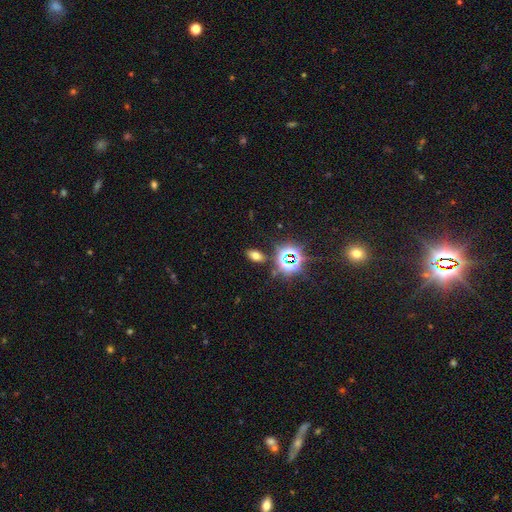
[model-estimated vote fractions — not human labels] The model was most divided on "smooth or featured": smooth: 56%, star or artifact: 34%, featured or disk: 10%. More confident: how rounded — in between (87%); merging — none (86%).